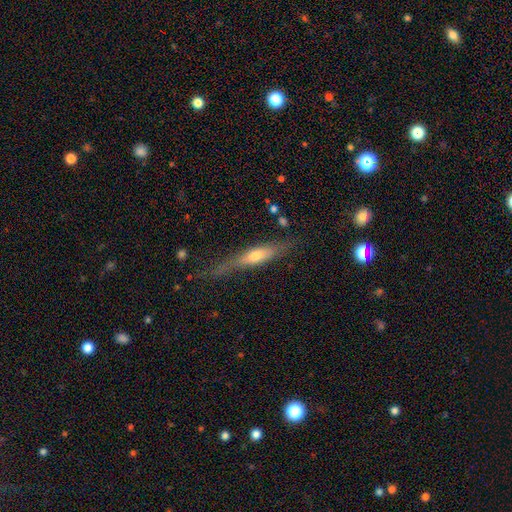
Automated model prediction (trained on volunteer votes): This appears to be a featured or disk galaxy (55%) viewed edge-on (88%). Merging: none (69%).